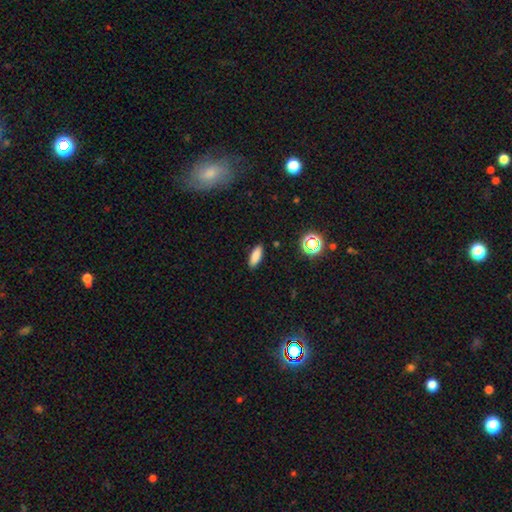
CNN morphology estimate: This is clearly a smooth galaxy (84%). How rounded: likely in between (67%). Merging: clearly none (88%).